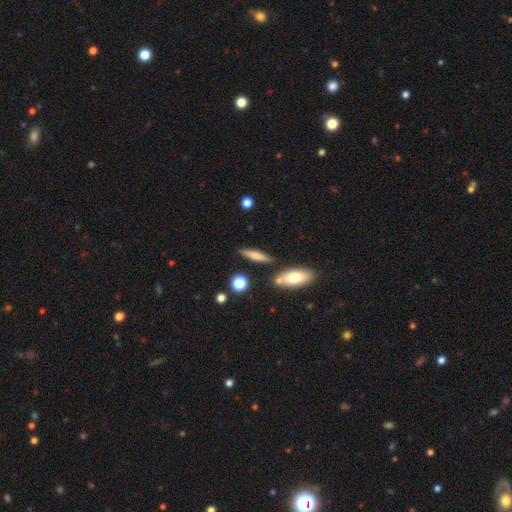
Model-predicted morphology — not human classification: Smooth or featured? Predicted: smooth (p=0.63). How rounded? Predicted: cigar-shaped (p=0.74). Merging? Predicted: none (p=0.79).